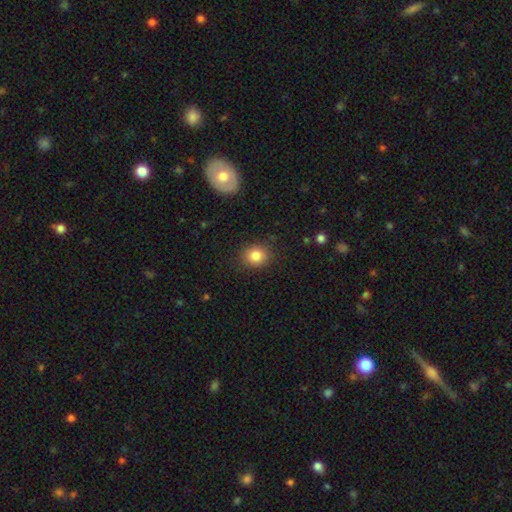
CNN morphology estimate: This is clearly a smooth galaxy (84%). How rounded: likely round (75%). Merging: clearly none (86%).